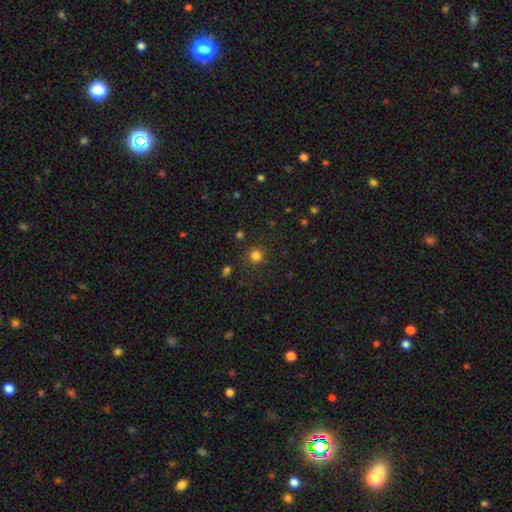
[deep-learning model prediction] Smooth or featured?
  - smooth: 80% *
  - star or artifact: 16%
  - featured or disk: 4%
How rounded?
  - round: 93% *
  - in between: 6%
  - cigar-shaped: 1%
Merging?
  - none: 88% *
  - minor disturbance: 7%
  - major disturbance: 3%
  - merger: 2%